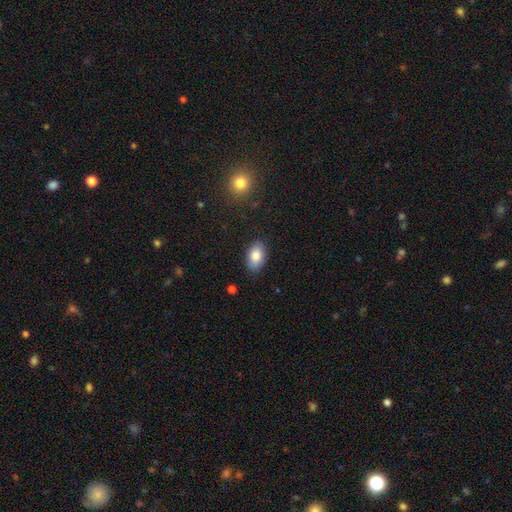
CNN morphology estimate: A smooth galaxy with no disk features (83%) that is in between round and cigar-shaped (91%).

Vote fractions:
- Smooth or featured? smooth: 83% / featured or disk: 9% / star or artifact: 7%
- How rounded? in between: 91% / round: 8% / cigar-shaped: 1%
- Merging? none: 85% / minor disturbance: 12% / major disturbance: 2% / merger: 1%